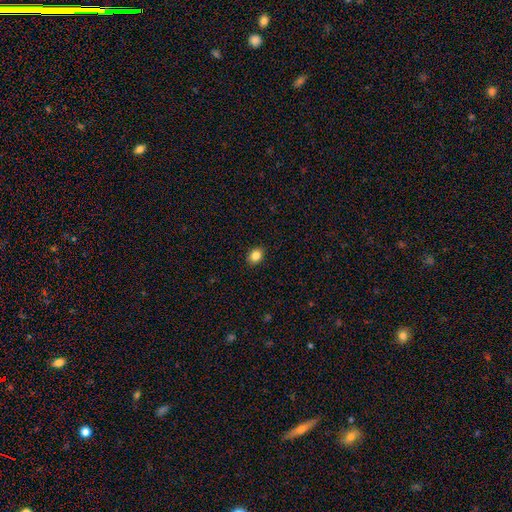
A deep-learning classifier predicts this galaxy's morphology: This is clearly a smooth galaxy (85%). How rounded: possibly in between (50%). Merging: clearly none (91%).